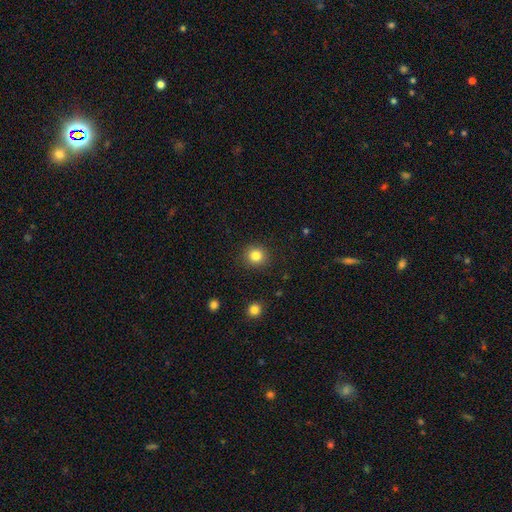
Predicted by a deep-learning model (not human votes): smooth-or-featured: smooth: 84% | star or artifact: 11% | featured or disk: 6%
  how-rounded: round: 91% | in between: 8% | cigar-shaped: 1%
  merging: none: 90% | minor disturbance: 6% | major disturbance: 2% | merger: 1%